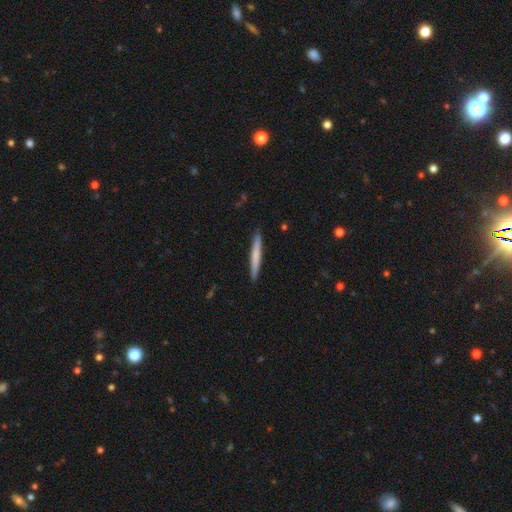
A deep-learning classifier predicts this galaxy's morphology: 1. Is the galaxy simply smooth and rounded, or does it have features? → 67% smooth, 28% featured or disk, 5% star or artifact.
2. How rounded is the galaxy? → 97% cigar-shaped, 2% in between, 1% round.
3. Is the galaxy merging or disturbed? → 92% none, 6% minor disturbance, 1% major disturbance, 1% merger.